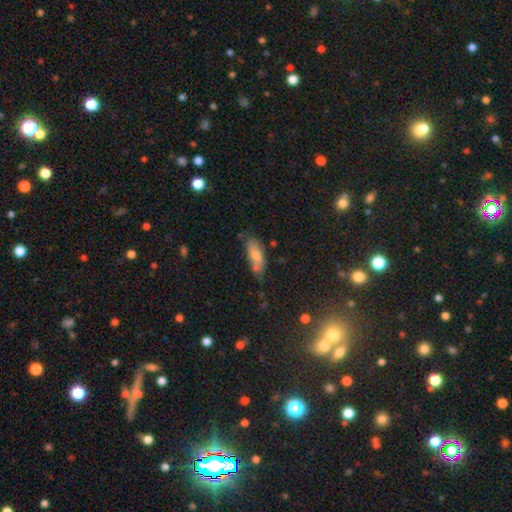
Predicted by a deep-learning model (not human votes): The model was most divided on "how rounded": in between: 62%, cigar-shaped: 36%, round: 2%. More confident: smooth or featured — smooth (75%); merging — none (54%).